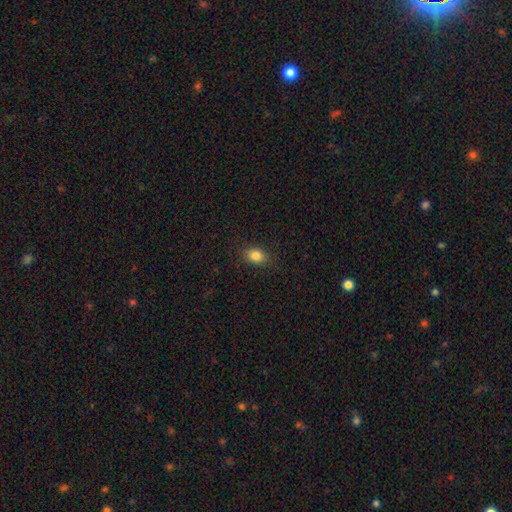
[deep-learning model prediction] smooth_or_featured: smooth (p=0.84) [alt: star or artifact p=0.10]
how_rounded: in between (p=0.67) [alt: round p=0.31]
merging: none (p=0.85) [alt: minor disturbance p=0.11]